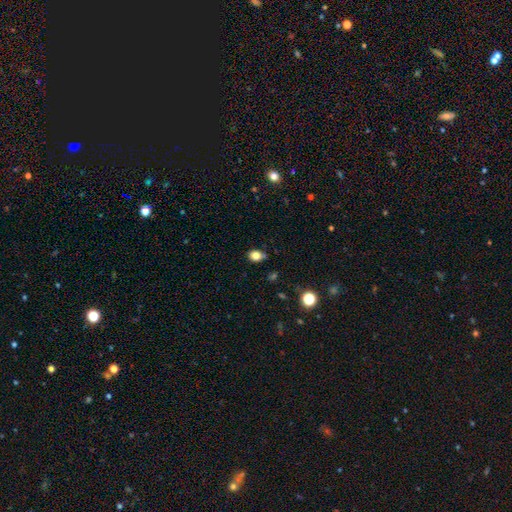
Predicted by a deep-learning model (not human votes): Overall: smooth (81%). How rounded: in between (60%; round 39%). Merging: none (70%).